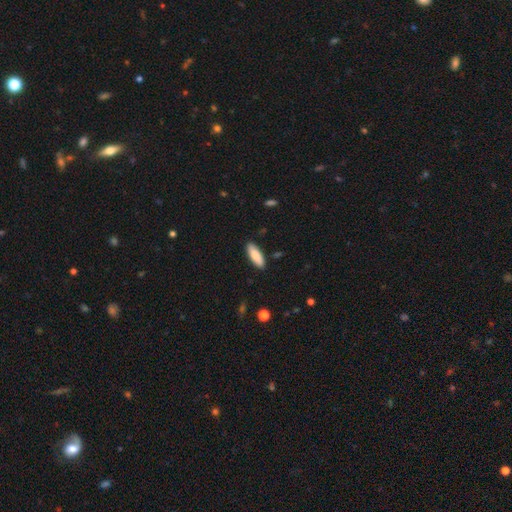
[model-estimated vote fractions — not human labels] smooth_or_featured: smooth (p=0.84) [alt: featured or disk p=0.10]
how_rounded: in between (p=0.62) [alt: cigar-shaped p=0.37]
merging: none (p=0.88) [alt: minor disturbance p=0.09]